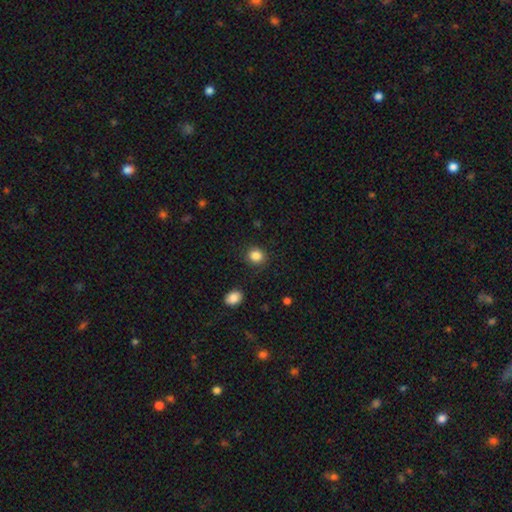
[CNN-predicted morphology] Q: Smooth or featured?
A: smooth (86%); runner-up: star or artifact (10%)
Q: How rounded?
A: round (83%); runner-up: in between (16%)
Q: Merging?
A: none (87%); runner-up: minor disturbance (8%)